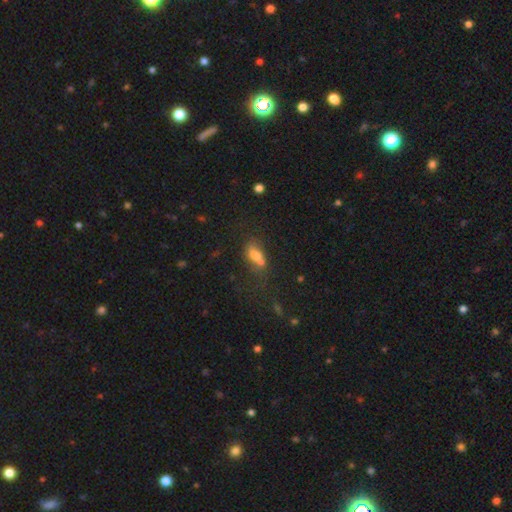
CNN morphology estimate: Smooth or featured?
  - smooth: 67% *
  - featured or disk: 19%
  - star or artifact: 14%
How rounded?
  - in between: 74% *
  - round: 20%
  - cigar-shaped: 6%
Merging?
  - merger: 46% *
  - none: 29%
  - minor disturbance: 15%
  - major disturbance: 10%